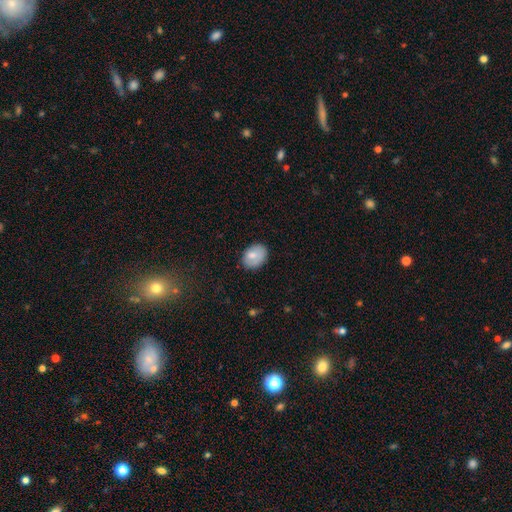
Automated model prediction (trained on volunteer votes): smooth_or_featured: smooth (p=0.77) [alt: featured or disk p=0.16]
how_rounded: in between (p=0.69) [alt: round p=0.30]
merging: none (p=0.79) [alt: minor disturbance p=0.16]